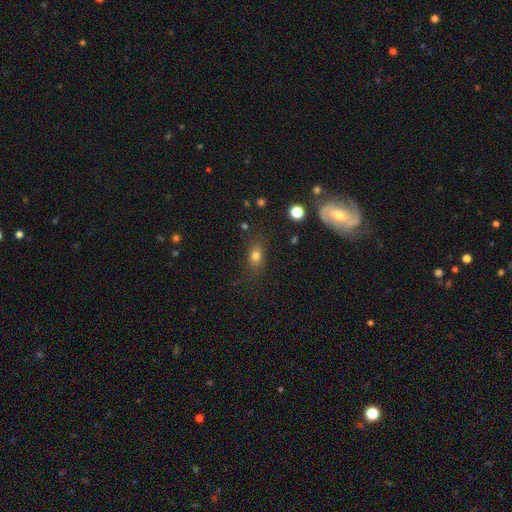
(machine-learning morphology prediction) Smooth or featured?
  - smooth: 76% *
  - star or artifact: 13%
  - featured or disk: 10%
How rounded?
  - in between: 67% *
  - round: 28%
  - cigar-shaped: 5%
Merging?
  - none: 78% *
  - minor disturbance: 14%
  - major disturbance: 5%
  - merger: 2%